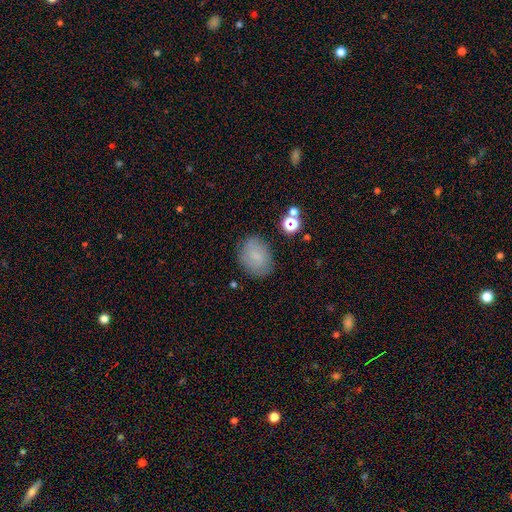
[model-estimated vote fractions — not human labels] smooth 74%, featured or disk 15%, star or artifact 11%. Down the decision tree: how rounded — in between (62%); merging — none (78%).